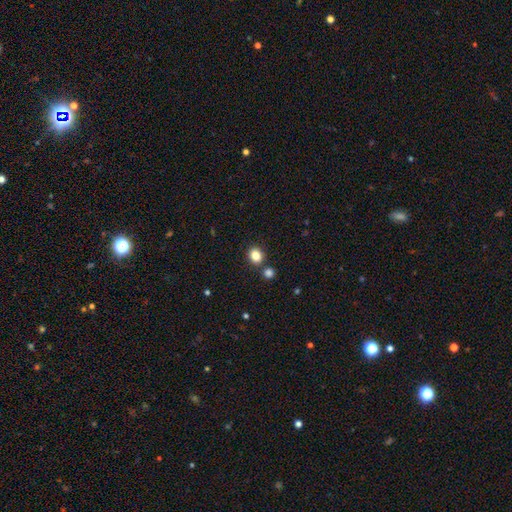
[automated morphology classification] Smooth or featured: smooth — 84% (star or artifact — 11%)
How rounded: round — 64% (in between — 35%)
Merging: none — 79% (merger — 11%)